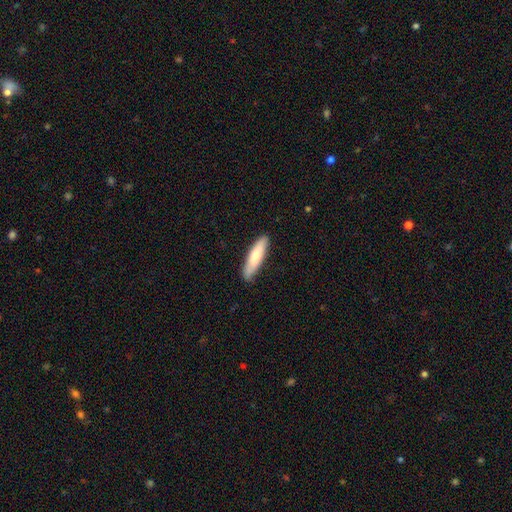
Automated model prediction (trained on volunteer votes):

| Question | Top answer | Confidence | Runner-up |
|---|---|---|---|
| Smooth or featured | smooth | 74% | featured or disk (21%) |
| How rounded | cigar-shaped | 71% | in between (28%) |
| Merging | none | 84% | minor disturbance (13%) |